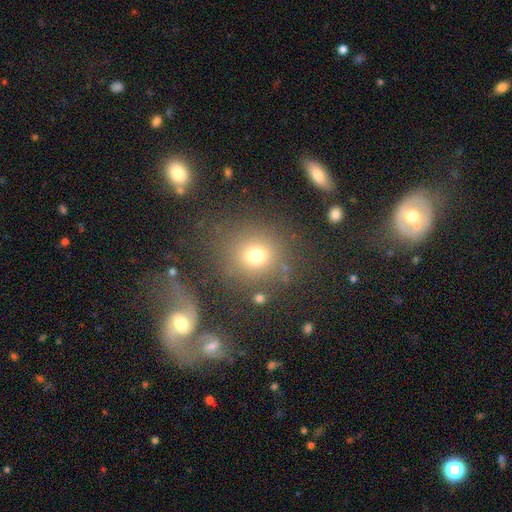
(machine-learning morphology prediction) Smooth or featured?
  - smooth: 73% *
  - star or artifact: 17%
  - featured or disk: 11%
How rounded?
  - round: 86% *
  - in between: 13%
  - cigar-shaped: 1%
Merging?
  - none: 76% *
  - minor disturbance: 11%
  - merger: 6%
  - major disturbance: 6%